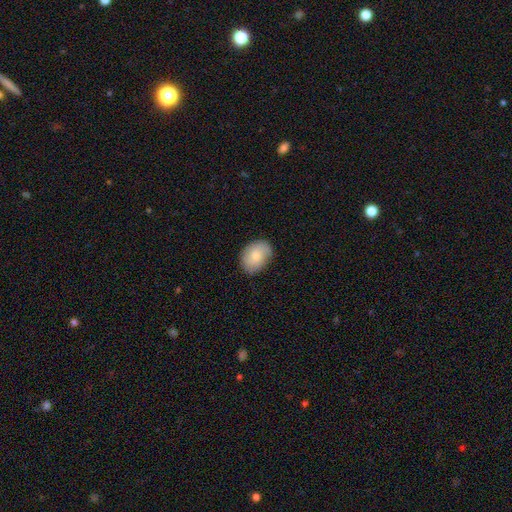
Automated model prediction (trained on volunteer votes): Smooth or featured?
  - smooth: 80% *
  - featured or disk: 13%
  - star or artifact: 7%
How rounded?
  - in between: 76% *
  - round: 23%
  - cigar-shaped: 1%
Merging?
  - none: 80% *
  - minor disturbance: 16%
  - major disturbance: 3%
  - merger: 1%